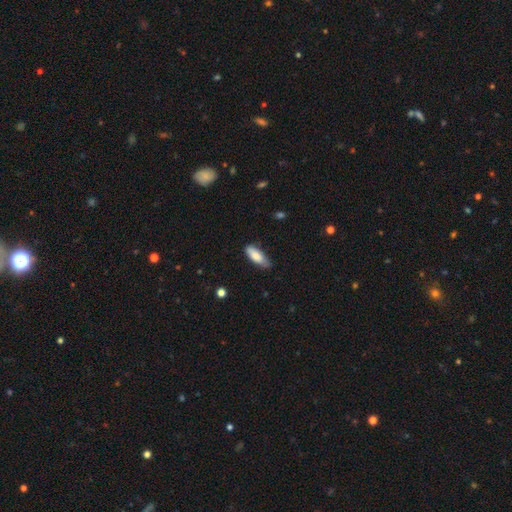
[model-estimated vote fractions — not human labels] This appears to be a smooth galaxy with no disk features (81%) that is in between round and cigar-shaped (72%). Merging: none (68%).